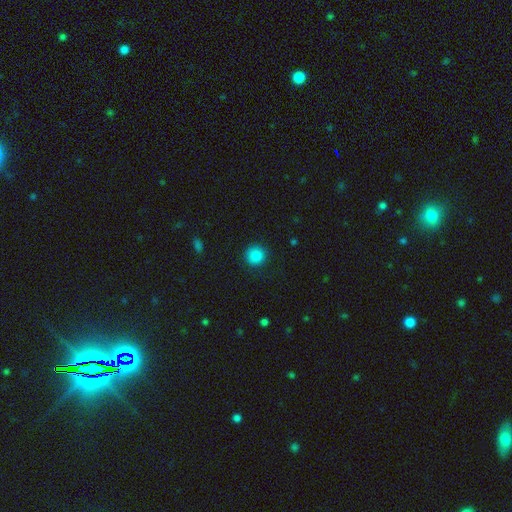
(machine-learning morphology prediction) Smooth or featured?
  - smooth: 87% *
  - star or artifact: 10%
  - featured or disk: 4%
How rounded?
  - round: 93% *
  - in between: 6%
  - cigar-shaped: 1%
Merging?
  - none: 90% *
  - minor disturbance: 7%
  - major disturbance: 2%
  - merger: 1%